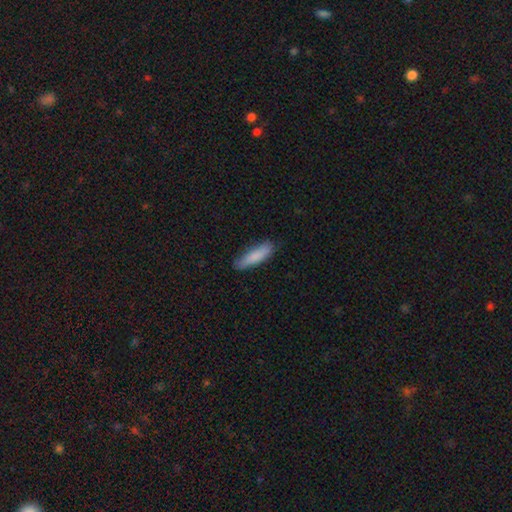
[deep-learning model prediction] Q: Smooth or featured?
A: smooth (85%); runner-up: featured or disk (10%)
Q: How rounded?
A: cigar-shaped (71%); runner-up: in between (27%)
Q: Merging?
A: none (82%); runner-up: minor disturbance (14%)